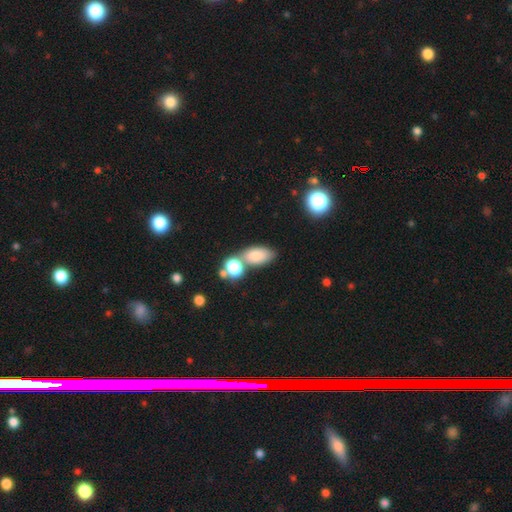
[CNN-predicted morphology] Smooth or featured? Predicted: smooth (p=0.77). How rounded? Predicted: in between (p=0.87). Merging? Predicted: none (p=0.53).